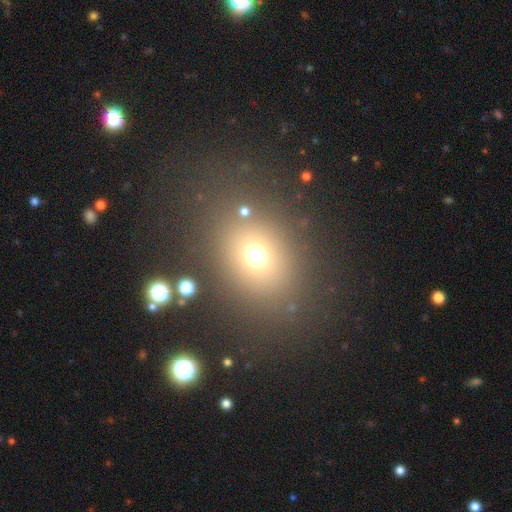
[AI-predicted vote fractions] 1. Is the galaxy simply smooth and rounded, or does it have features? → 68% smooth, 21% star or artifact, 11% featured or disk.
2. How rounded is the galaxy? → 57% round, 42% in between, 1% cigar-shaped.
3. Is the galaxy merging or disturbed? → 80% none, 9% minor disturbance, 6% major disturbance, 4% merger.